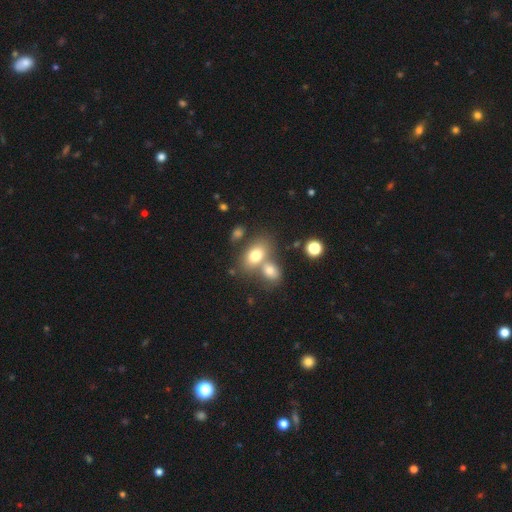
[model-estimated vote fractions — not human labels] smooth_or_featured: smooth (p=0.75) [alt: featured or disk p=0.15]
how_rounded: in between (p=0.83) [alt: round p=0.15]
merging: merger (p=0.46) [alt: none p=0.40]